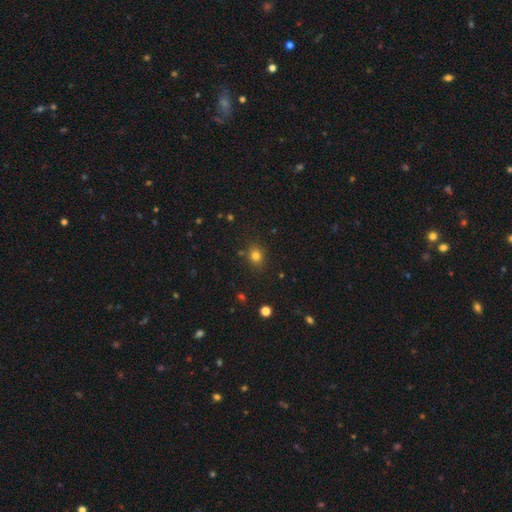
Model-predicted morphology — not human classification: Overall: smooth (79%). How rounded: round (60%; in between 39%). Merging: none (82%).